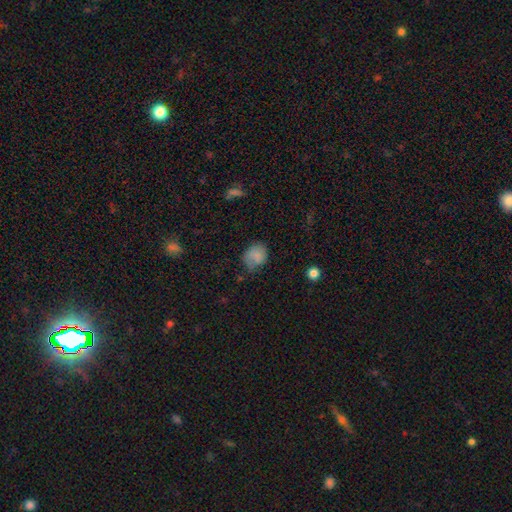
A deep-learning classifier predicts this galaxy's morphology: Smooth or featured? Predicted: smooth (p=0.78). How rounded? Predicted: round (p=0.53). Merging? Predicted: none (p=0.55).